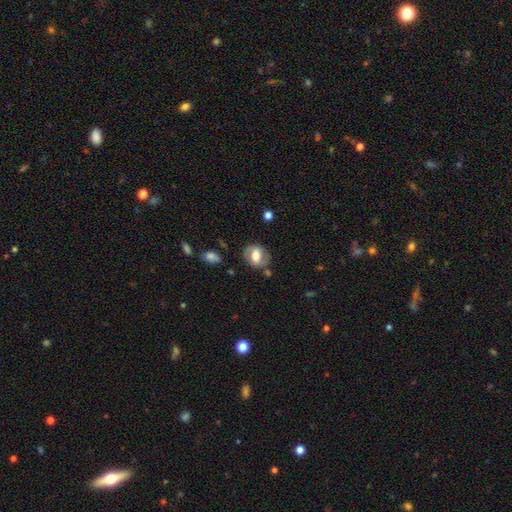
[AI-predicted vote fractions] Morphology: type=smooth (48%); merging=none (73%).